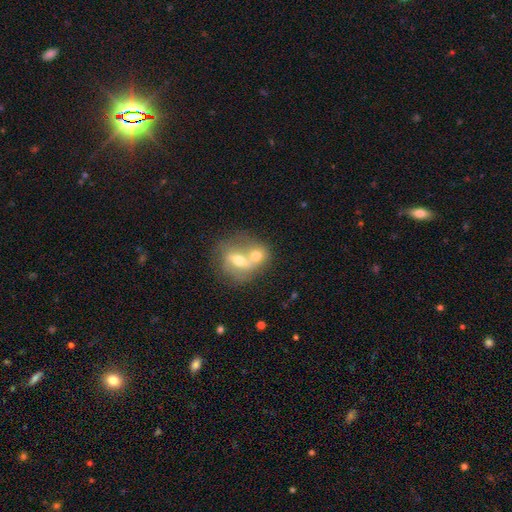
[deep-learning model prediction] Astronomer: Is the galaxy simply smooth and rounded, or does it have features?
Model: smooth — 50% (runner-up: featured or disk, 42%).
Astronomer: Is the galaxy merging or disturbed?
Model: merger — 72%.